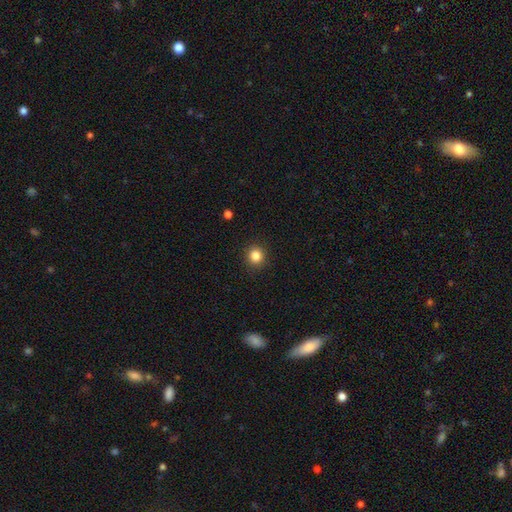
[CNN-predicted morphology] Q: Smooth or featured?
A: smooth (84%); runner-up: star or artifact (12%)
Q: How rounded?
A: round (92%); runner-up: in between (7%)
Q: Merging?
A: none (92%); runner-up: minor disturbance (5%)